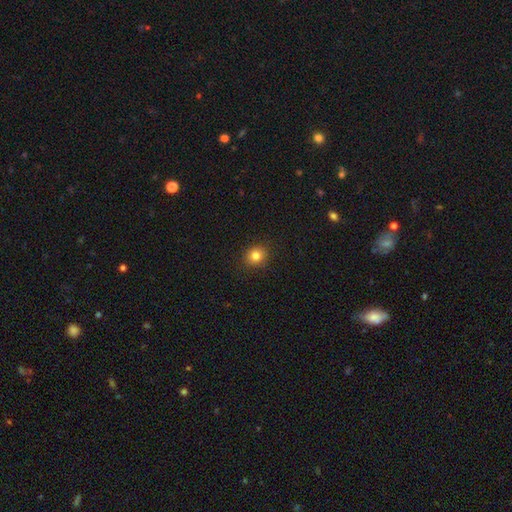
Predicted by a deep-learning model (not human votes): A smooth galaxy with no disk features (84%) that is round (76%).

Vote fractions:
- Smooth or featured? smooth: 84% / star or artifact: 11% / featured or disk: 6%
- How rounded? round: 76% / in between: 23% / cigar-shaped: 1%
- Merging? none: 89% / minor disturbance: 7% / major disturbance: 2% / merger: 1%